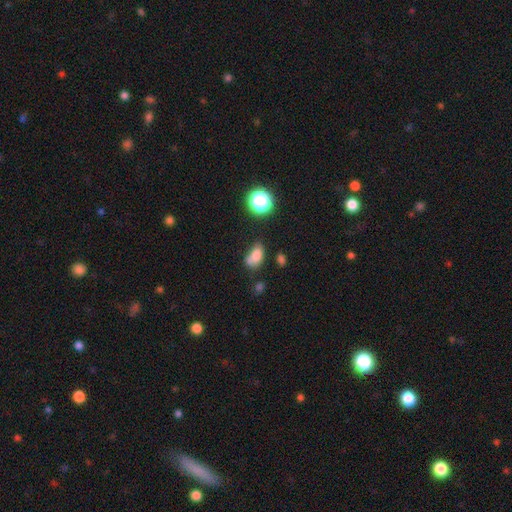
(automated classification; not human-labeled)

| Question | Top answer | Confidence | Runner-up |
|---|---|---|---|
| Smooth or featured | smooth | 75% | star or artifact (14%) |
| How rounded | in between | 83% | round (14%) |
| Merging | none | 42% | minor disturbance (26%) |